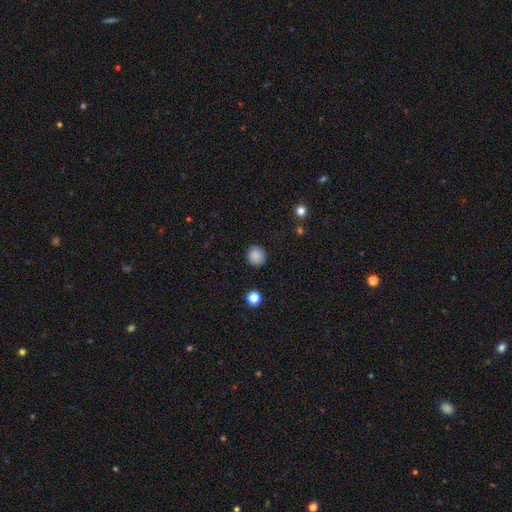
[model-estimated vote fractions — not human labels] smooth 86%, star or artifact 10%, featured or disk 4%. Down the decision tree: how rounded — round (90%); merging — none (88%).